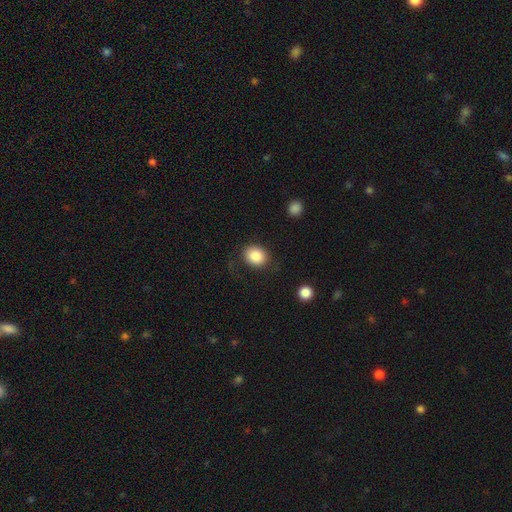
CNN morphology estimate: A smooth galaxy with no disk features (85%) that is round (57%).

Vote fractions:
- Smooth or featured? smooth: 85% / star or artifact: 9% / featured or disk: 7%
- How rounded? round: 57% / in between: 42% / cigar-shaped: 1%
- Merging? none: 79% / minor disturbance: 13% / major disturbance: 6% / merger: 2%